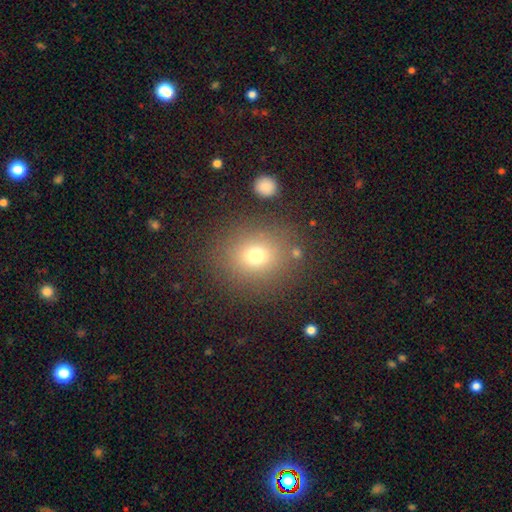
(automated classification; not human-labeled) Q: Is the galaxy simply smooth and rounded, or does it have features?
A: smooth — 72%.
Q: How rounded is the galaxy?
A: round — 70%.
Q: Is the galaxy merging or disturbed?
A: none — 82%.